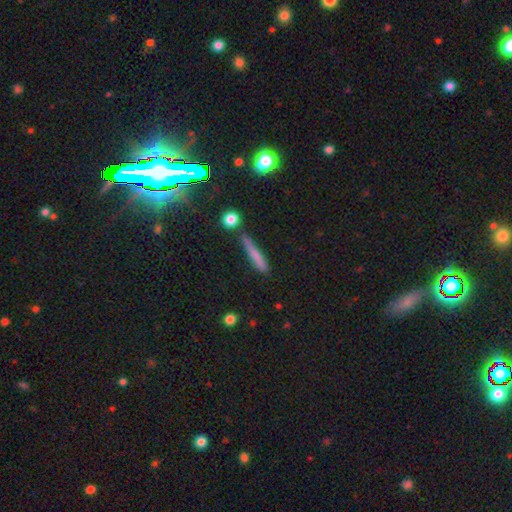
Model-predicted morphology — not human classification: Q: Smooth or featured?
A: smooth (67%); runner-up: featured or disk (22%)
Q: How rounded?
A: cigar-shaped (92%); runner-up: in between (5%)
Q: Merging?
A: none (72%); runner-up: minor disturbance (18%)